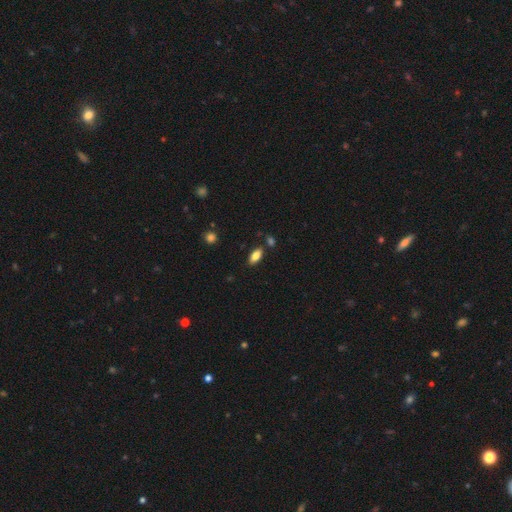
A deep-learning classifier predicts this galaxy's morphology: Smooth or featured? smooth (82%)
How rounded? in between (88%)
Merging? none (80%)